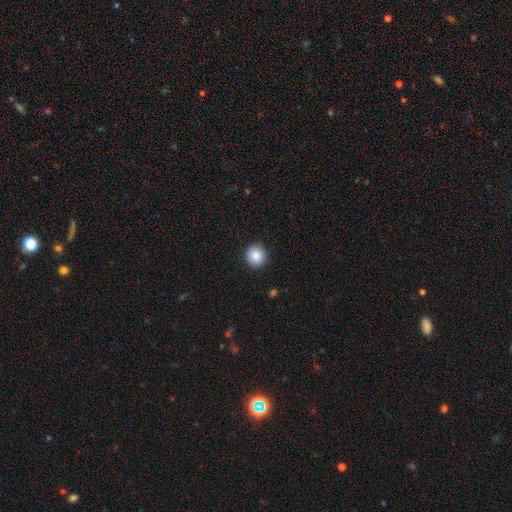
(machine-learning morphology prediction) The model was most divided on "smooth or featured": smooth: 86%, star or artifact: 8%, featured or disk: 6%. More confident: how rounded — round (91%); merging — none (91%).